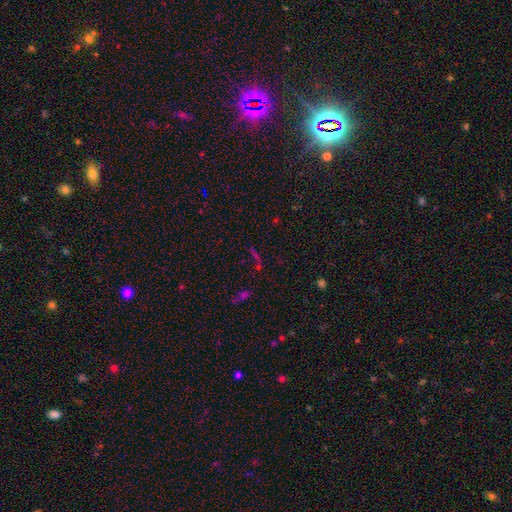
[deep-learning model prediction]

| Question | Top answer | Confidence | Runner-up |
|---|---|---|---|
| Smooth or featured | star or artifact | 58% | smooth (27%) |